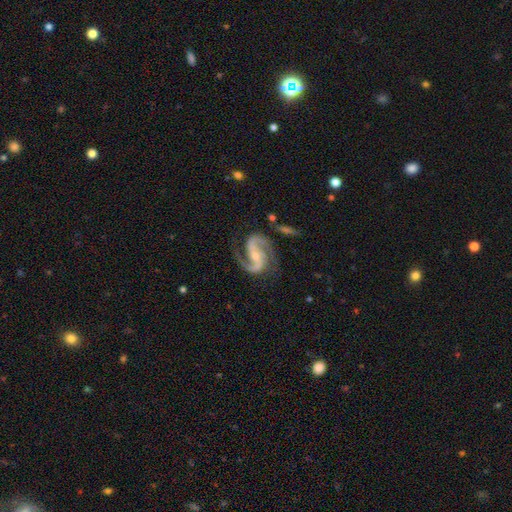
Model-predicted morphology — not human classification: Q: Smooth or featured?
A: featured or disk (93%); runner-up: star or artifact (4%)
Q: Edge-on disk?
A: no (98%); runner-up: yes (2%)
Q: Bar?
A: strong (39%); runner-up: weak (34%)
Q: Spiral arms?
A: yes (98%); runner-up: no (2%)
Q: Spiral winding?
A: medium (62%); runner-up: loose (21%)
Q: Spiral arm count?
A: 2 (93%); runner-up: 3 (2%)
Q: Bulge size?
A: small (62%); runner-up: moderate (32%)
Q: Merging?
A: none (75%); runner-up: minor disturbance (15%)